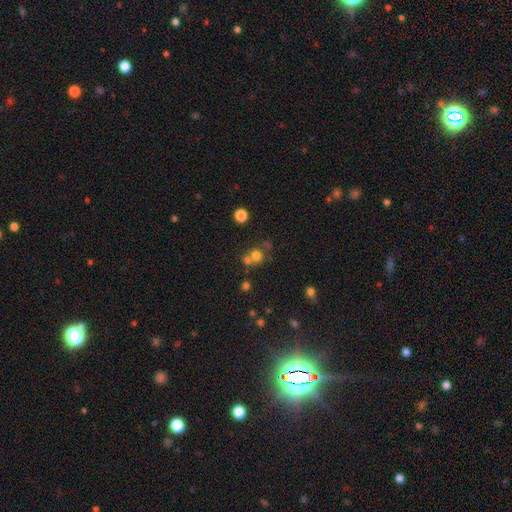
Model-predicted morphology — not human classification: A smooth galaxy with no disk features (70%) that is round (85%). Merging: none (49%).